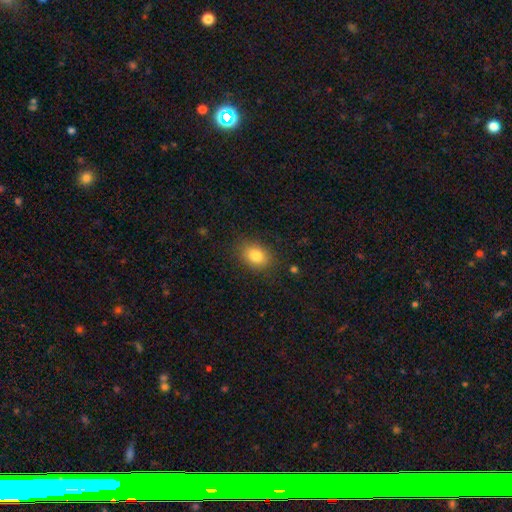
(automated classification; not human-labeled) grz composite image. It shows a smooth galaxy with no disk features (83%) that is in between round and cigar-shaped (72%). Merging: none (84%).